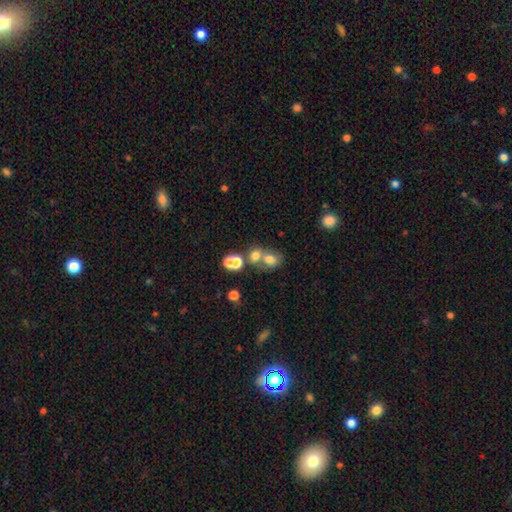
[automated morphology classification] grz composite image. It shows a smooth galaxy with no disk features (67%) that is round (63%). Merging: merger (54%).